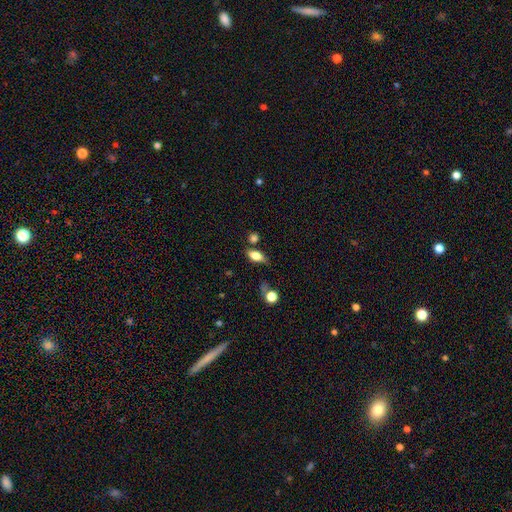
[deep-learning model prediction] smooth_or_featured: smooth (p=0.76) [alt: featured or disk p=0.15]
how_rounded: in between (p=0.83) [alt: cigar-shaped p=0.11]
merging: none (p=0.66) [alt: minor disturbance p=0.19]